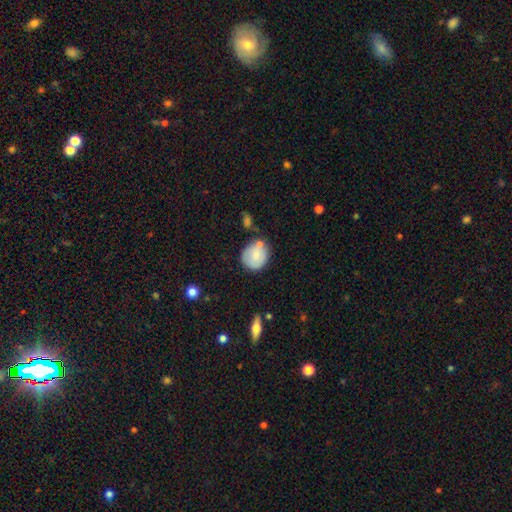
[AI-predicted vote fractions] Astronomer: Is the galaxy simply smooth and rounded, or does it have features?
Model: smooth — 76%.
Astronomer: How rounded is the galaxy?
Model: round — 80%.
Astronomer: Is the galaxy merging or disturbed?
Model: none — 61%.